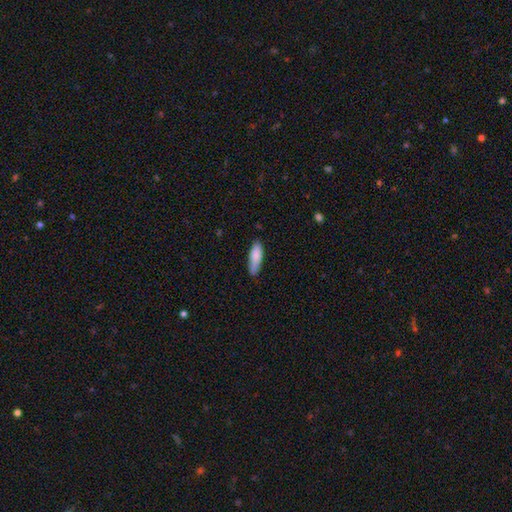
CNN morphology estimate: smooth-or-featured: smooth: 85% | featured or disk: 9% | star or artifact: 6%
  how-rounded: cigar-shaped: 50% | in between: 48% | round: 2%
  merging: none: 75% | minor disturbance: 20% | major disturbance: 3% | merger: 2%